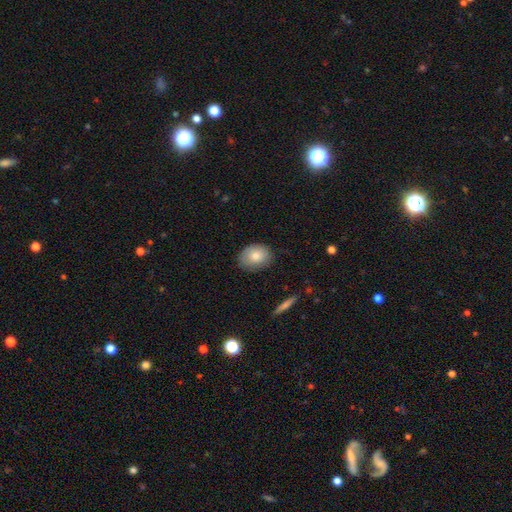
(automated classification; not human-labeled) Smooth or featured? Predicted: smooth (p=0.80). How rounded? Predicted: in between (p=0.61). Merging? Predicted: none (p=0.79).